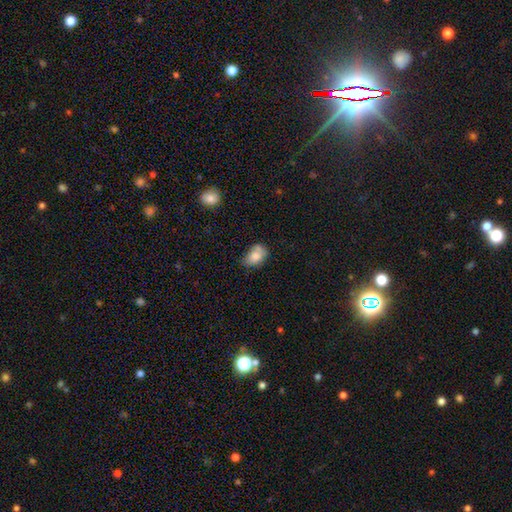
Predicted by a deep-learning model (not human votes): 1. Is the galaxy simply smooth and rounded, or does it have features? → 79% smooth, 13% featured or disk, 8% star or artifact.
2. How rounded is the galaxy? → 84% in between, 15% round, 1% cigar-shaped.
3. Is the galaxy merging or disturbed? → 48% none, 32% minor disturbance, 12% merger, 9% major disturbance.